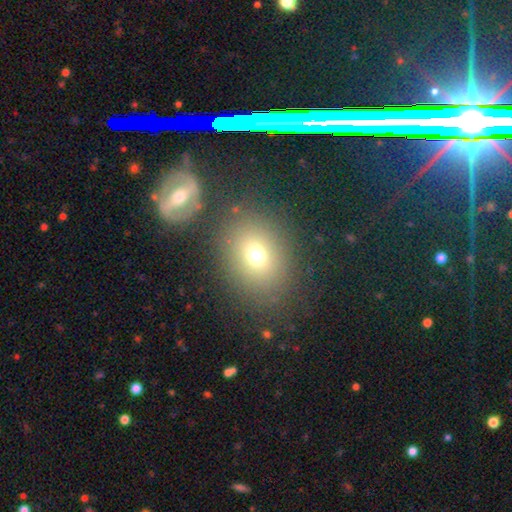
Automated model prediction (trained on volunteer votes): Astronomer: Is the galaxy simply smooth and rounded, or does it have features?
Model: smooth — 70%.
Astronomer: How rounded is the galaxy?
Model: in between — 50% (runner-up: round, 49%).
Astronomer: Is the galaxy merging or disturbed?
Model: none — 74%.